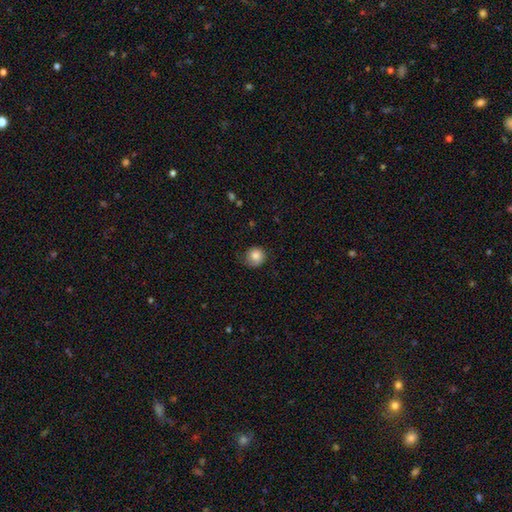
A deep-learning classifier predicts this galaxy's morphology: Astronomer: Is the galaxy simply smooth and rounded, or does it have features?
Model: smooth — 81%.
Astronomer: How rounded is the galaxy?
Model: round — 87%.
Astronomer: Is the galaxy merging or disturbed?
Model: none — 64%.